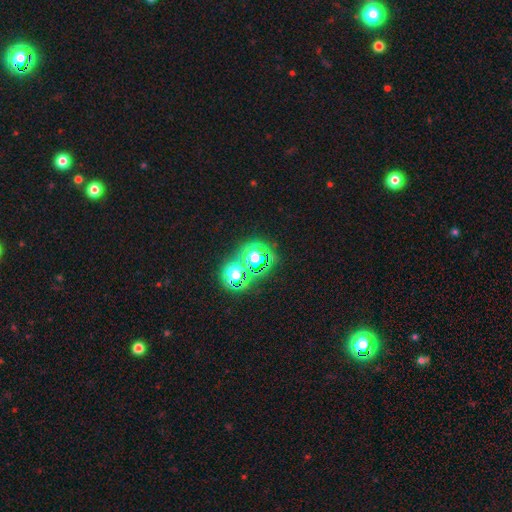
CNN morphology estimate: A star or artifact, not a galaxy (65%).

Vote fractions:
- Smooth or featured? star or artifact: 65% / smooth: 26% / featured or disk: 9%